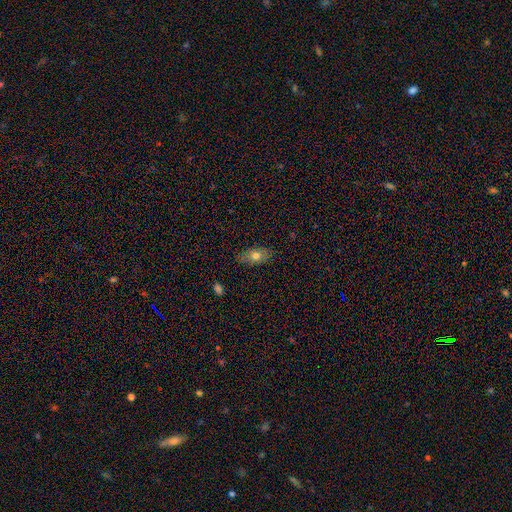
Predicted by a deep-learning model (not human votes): This is likely a smooth galaxy (72%). How rounded: clearly in between (85%). Merging: clearly none (83%).